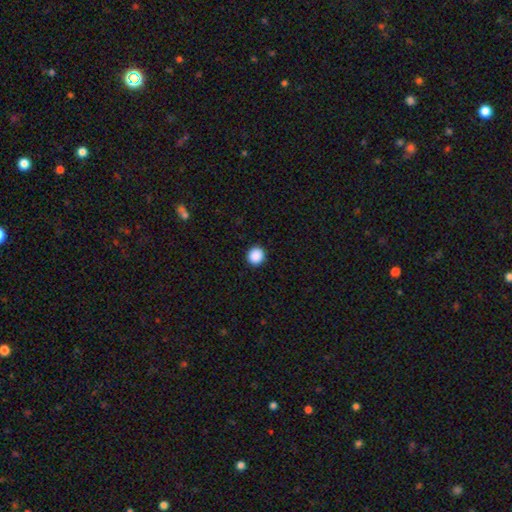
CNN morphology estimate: This appears to be a smooth galaxy with no disk features (89%) that is round (93%). Merging: none (93%).